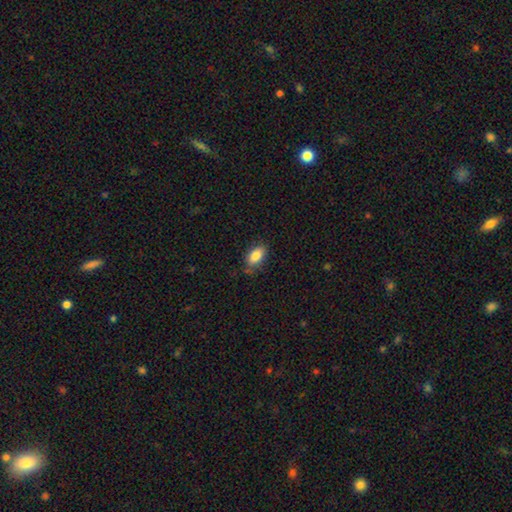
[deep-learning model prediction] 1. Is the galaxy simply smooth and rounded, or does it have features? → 84% smooth, 8% featured or disk, 8% star or artifact.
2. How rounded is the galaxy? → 91% in between, 5% round, 4% cigar-shaped.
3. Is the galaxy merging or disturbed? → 78% none, 17% minor disturbance, 3% major disturbance, 2% merger.